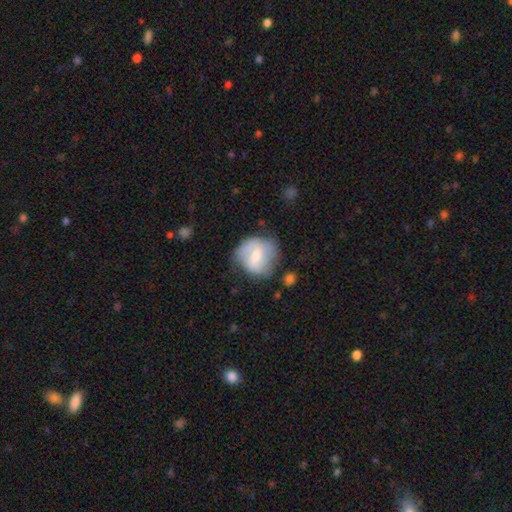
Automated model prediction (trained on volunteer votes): smooth_or_featured: featured or disk (p=0.49) [alt: smooth p=0.44]
merging: none (p=0.59) [alt: minor disturbance p=0.27]